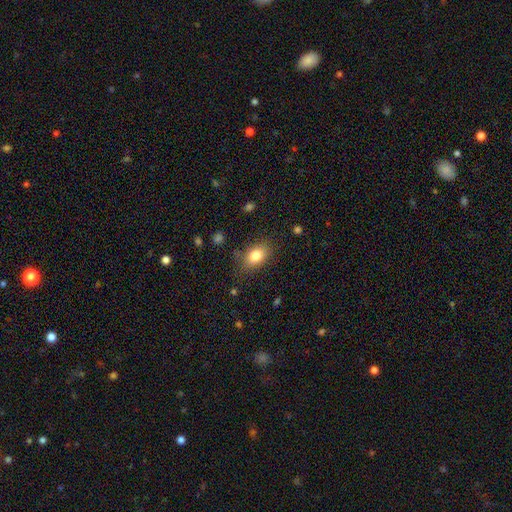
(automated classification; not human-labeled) This is clearly a smooth galaxy (81%). How rounded: clearly in between (84%). Merging: clearly none (80%).